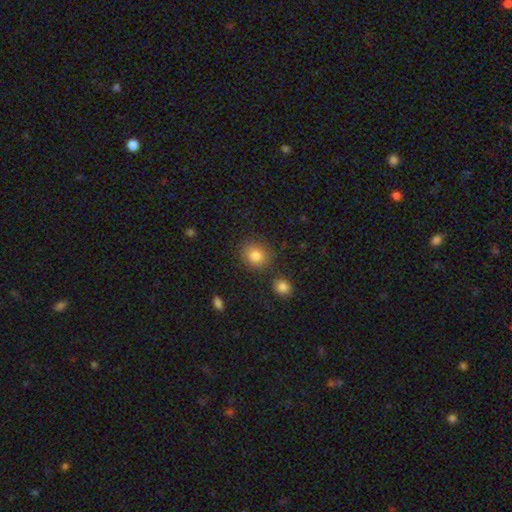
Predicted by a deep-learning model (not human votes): Smooth or featured? smooth (84%)
How rounded? round (76%)
Merging? none (82%)